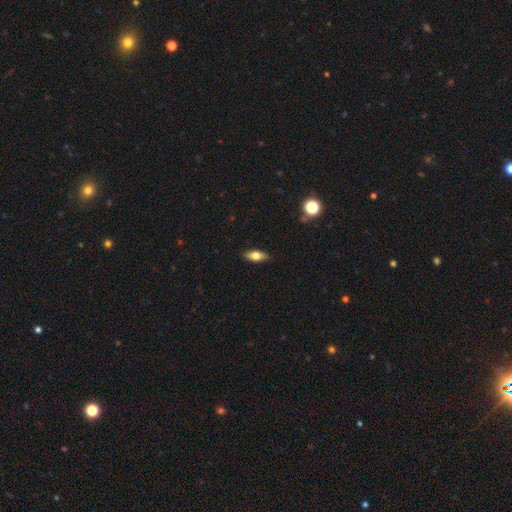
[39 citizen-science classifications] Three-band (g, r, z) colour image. It shows a smooth galaxy with no disk features (49%) that is in between round and cigar-shaped (89%). Merging: none (94%).